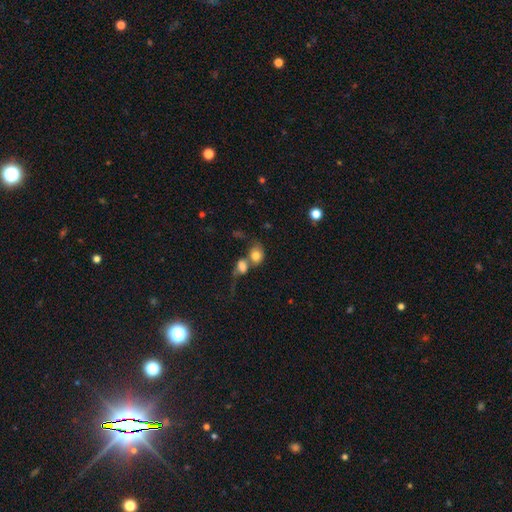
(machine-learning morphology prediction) Smooth or featured? Predicted: smooth (p=0.77). How rounded? Predicted: round (p=0.51). Merging? Predicted: merger (p=0.63).